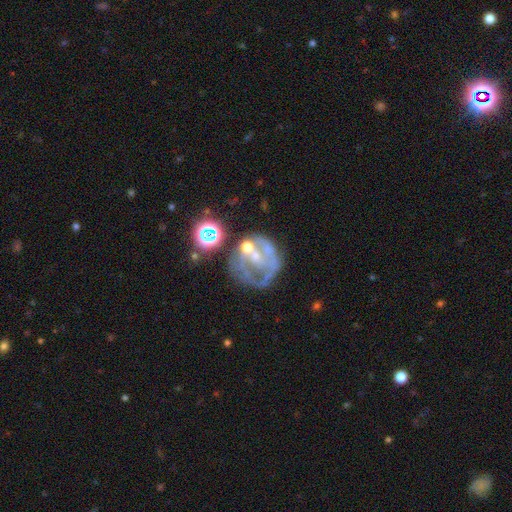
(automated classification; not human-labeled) This is likely a featured or disk galaxy (66%). It is clearly not viewed edge-on (98%). Bar: likely no (75%). Spiral arm pattern: likely no (70%). Central bulge: marginally small (40%). Merging: marginally none (44%).